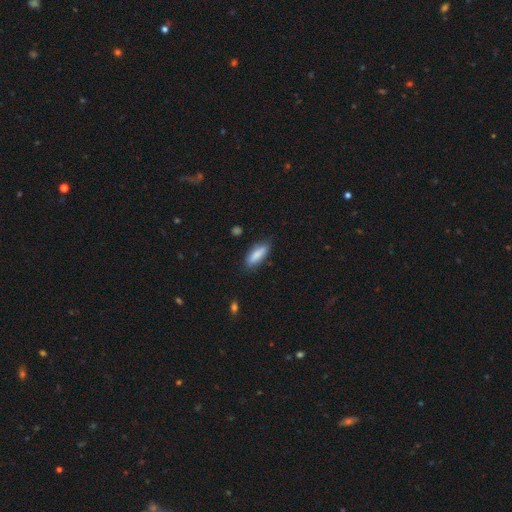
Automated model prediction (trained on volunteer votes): Smooth or featured? Predicted: smooth (p=0.84). How rounded? Predicted: in between (p=0.52). Merging? Predicted: none (p=0.79).